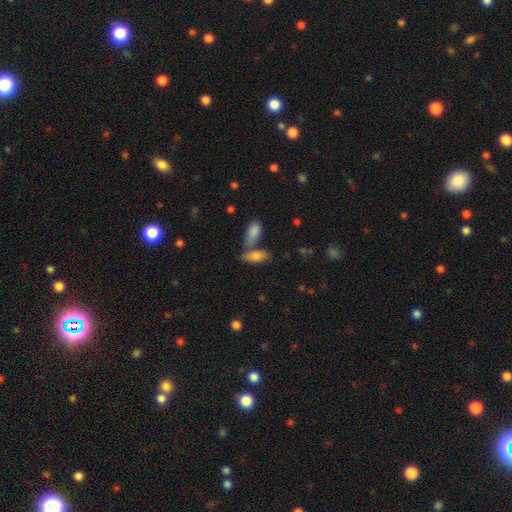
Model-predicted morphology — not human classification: A smooth galaxy with no disk features (80%) that is in between round and cigar-shaped (82%). Merging: none (49%).